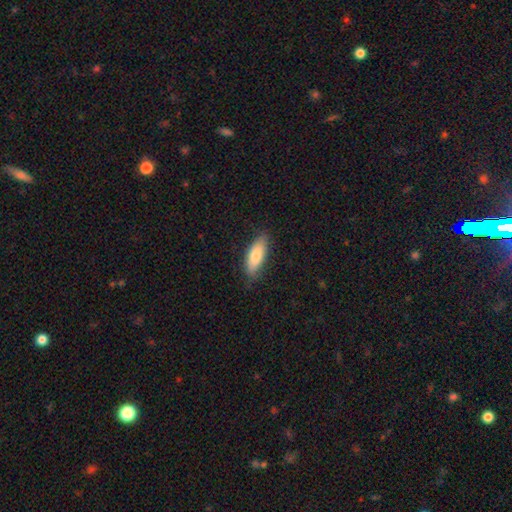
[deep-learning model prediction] A smooth galaxy with no disk features (77%) that is in between round and cigar-shaped (64%).

Vote fractions:
- Smooth or featured? smooth: 77% / featured or disk: 17% / star or artifact: 6%
- How rounded? in between: 64% / cigar-shaped: 34% / round: 2%
- Merging? none: 82% / minor disturbance: 15% / major disturbance: 2% / merger: 1%